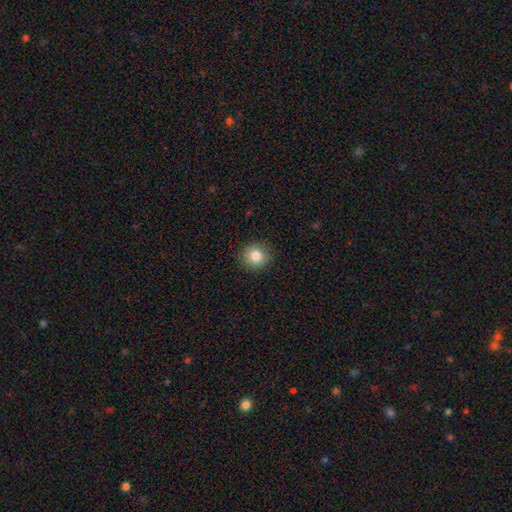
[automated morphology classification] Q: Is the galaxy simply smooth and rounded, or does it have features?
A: smooth — 83%.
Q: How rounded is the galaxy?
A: round — 89%.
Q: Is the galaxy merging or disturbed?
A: none — 90%.